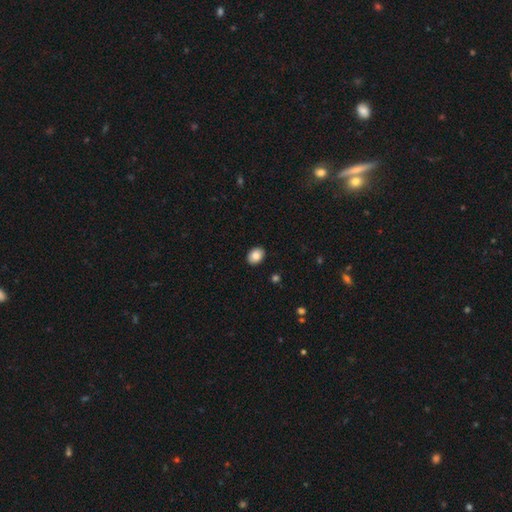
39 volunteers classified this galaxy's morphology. Smooth or featured: smooth — 87% (featured or disk — 10%)
How rounded: in between — 59% (round — 41%)
Merging: none — 87% (major disturbance — 8%)